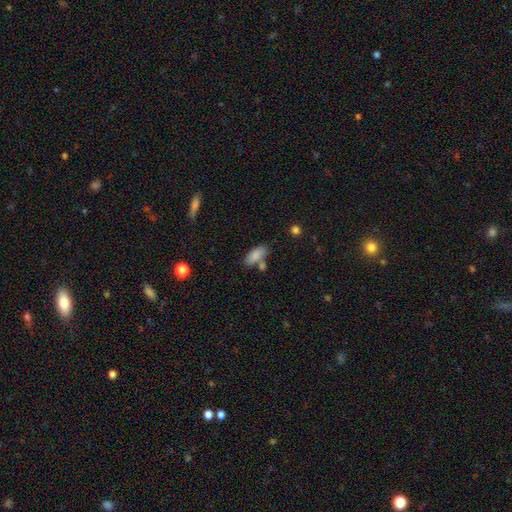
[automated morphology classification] This is clearly a smooth galaxy (84%). How rounded: clearly in between (85%). Merging: likely none (62%).